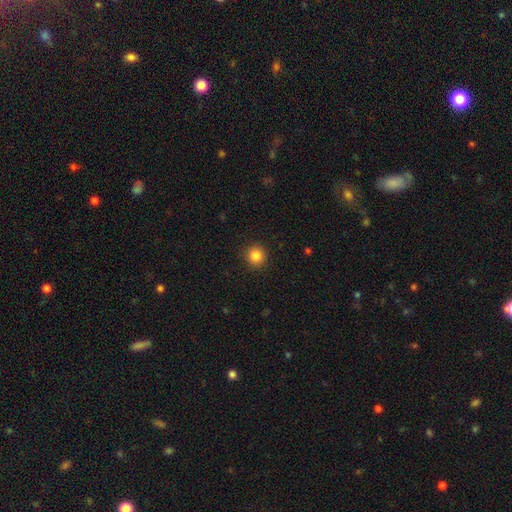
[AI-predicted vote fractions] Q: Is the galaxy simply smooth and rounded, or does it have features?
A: smooth — 85%.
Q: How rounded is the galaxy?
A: round — 93%.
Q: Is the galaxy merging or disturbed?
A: none — 91%.